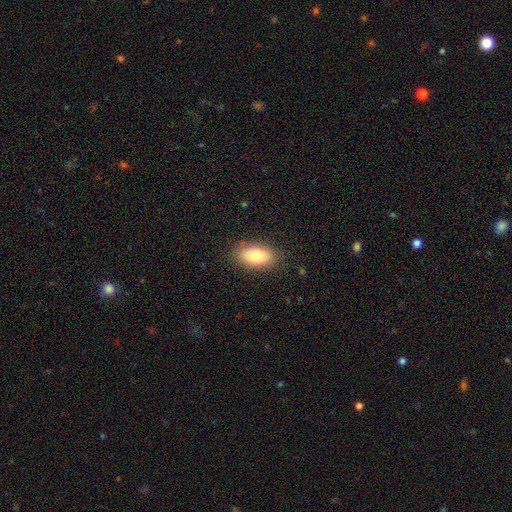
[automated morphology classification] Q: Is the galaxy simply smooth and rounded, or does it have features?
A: smooth — 80%.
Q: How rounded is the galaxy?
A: in between — 92%.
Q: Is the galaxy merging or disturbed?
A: none — 85%.